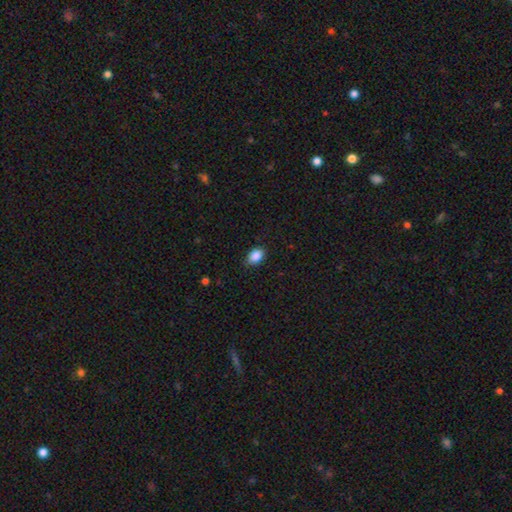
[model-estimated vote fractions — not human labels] The model was most divided on "how rounded": in between: 81%, round: 18%, cigar-shaped: 1%. More confident: smooth or featured — smooth (88%); merging — none (83%).